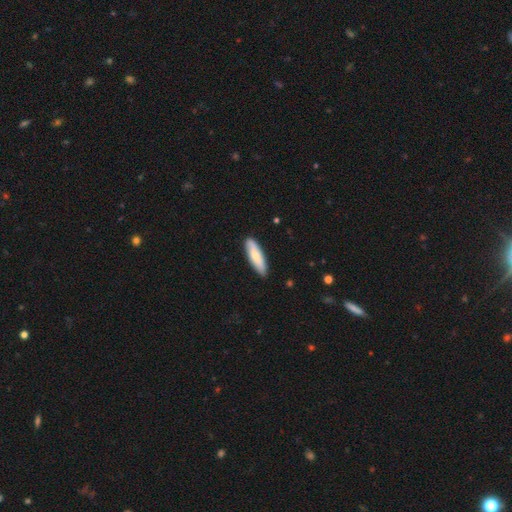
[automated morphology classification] The model was most divided on "how rounded": cigar-shaped: 58%, in between: 40%, round: 2%. More confident: merging — none (87%); smooth or featured — smooth (73%).